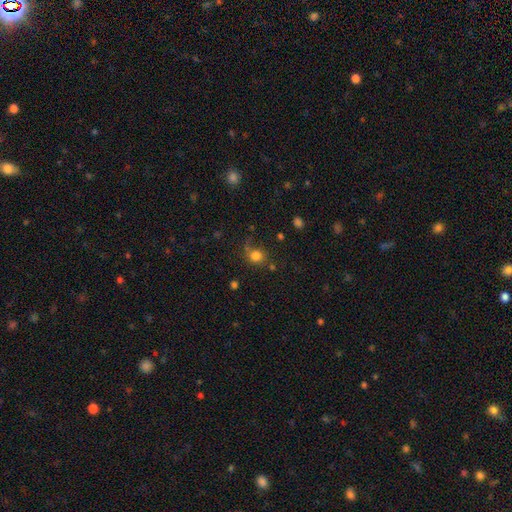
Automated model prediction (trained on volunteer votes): smooth-or-featured: smooth: 80% | star or artifact: 13% | featured or disk: 7%
  how-rounded: round: 81% | in between: 18% | cigar-shaped: 1%
  merging: none: 64% | minor disturbance: 19% | major disturbance: 10% | merger: 6%